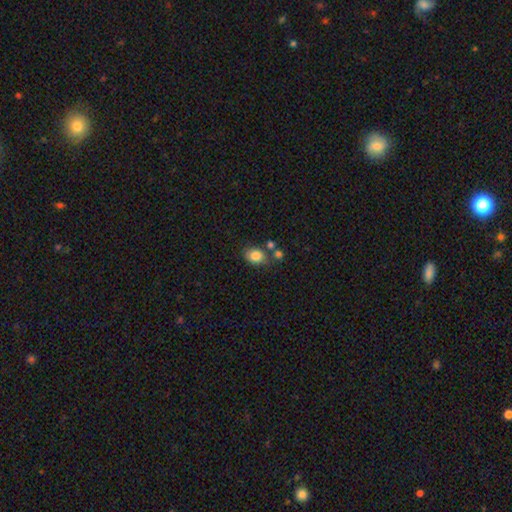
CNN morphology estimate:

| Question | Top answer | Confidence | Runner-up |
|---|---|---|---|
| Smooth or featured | smooth | 84% | star or artifact (9%) |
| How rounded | in between | 64% | round (35%) |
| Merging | none | 60% | merger (19%) |